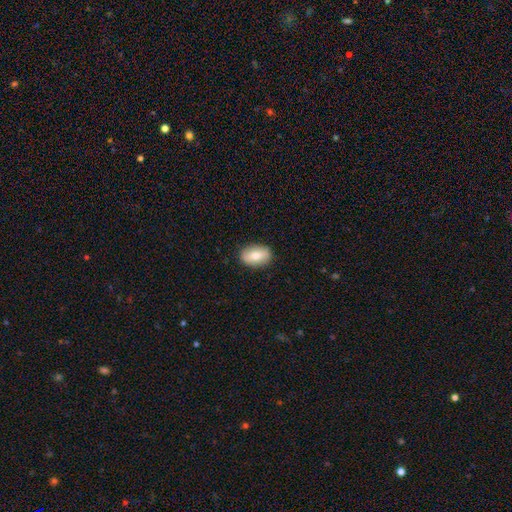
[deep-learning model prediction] A smooth galaxy with no disk features (74%) that is in between round and cigar-shaped (88%). Merging: none (88%).